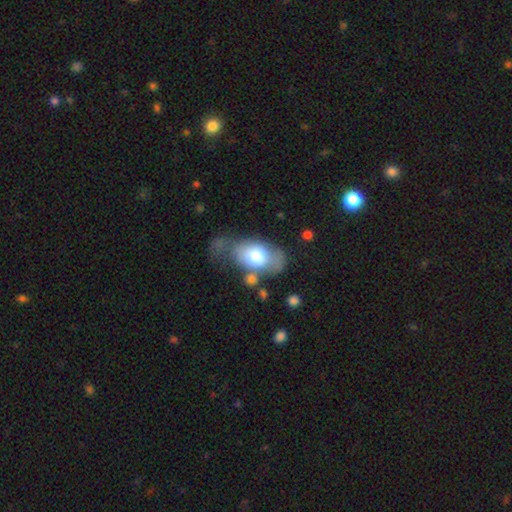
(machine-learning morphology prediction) smooth_or_featured: smooth (p=0.67) [alt: featured or disk p=0.25]
how_rounded: in between (p=0.86) [alt: round p=0.13]
merging: major disturbance (p=0.31) [alt: none p=0.30]